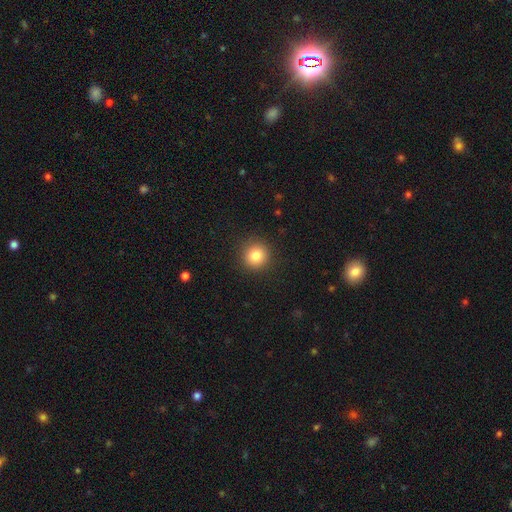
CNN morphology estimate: A smooth galaxy with no disk features (82%) that is round (93%).

Vote fractions:
- Smooth or featured? smooth: 82% / star or artifact: 11% / featured or disk: 6%
- How rounded? round: 93% / in between: 6% / cigar-shaped: 1%
- Merging? none: 91% / minor disturbance: 6% / major disturbance: 2% / merger: 1%